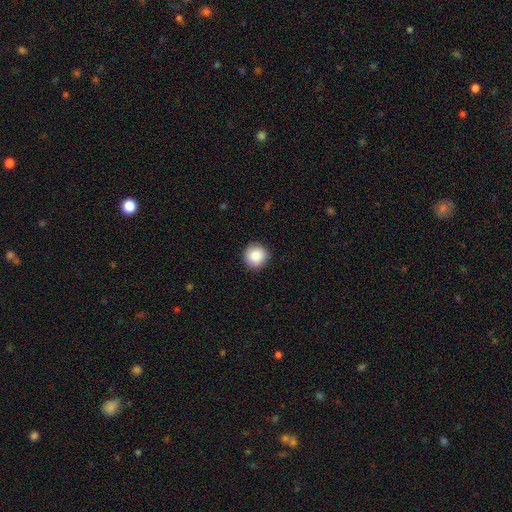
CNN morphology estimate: Smooth or featured? smooth (88%)
How rounded? round (94%)
Merging? none (90%)